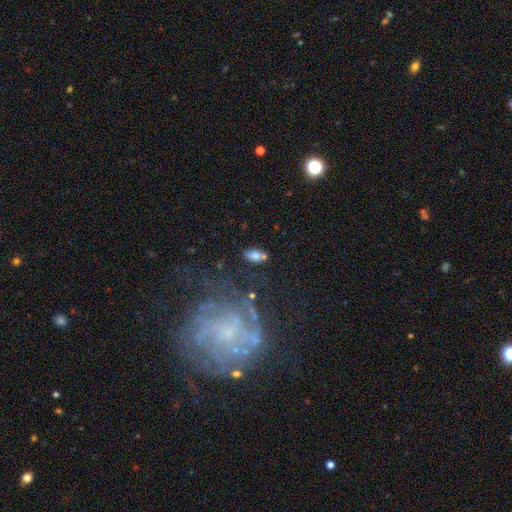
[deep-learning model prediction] Smooth or featured?
  - smooth: 77% *
  - featured or disk: 12%
  - star or artifact: 11%
How rounded?
  - in between: 91% *
  - round: 6%
  - cigar-shaped: 4%
Merging?
  - none: 64% *
  - minor disturbance: 18%
  - merger: 12%
  - major disturbance: 6%